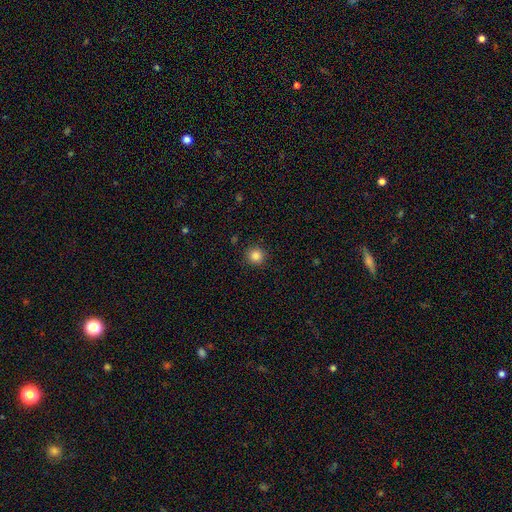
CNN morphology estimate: This appears to be a smooth galaxy with no disk features (85%) that is round (93%). Merging: none (91%).